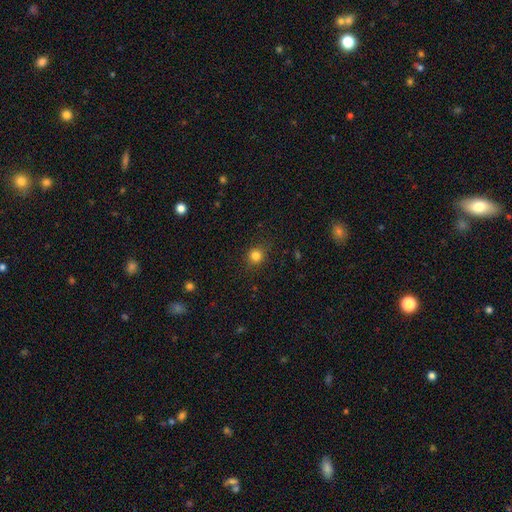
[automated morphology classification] smooth 83%, star or artifact 13%, featured or disk 5%. Down the decision tree: how rounded — round (88%); merging — none (87%).